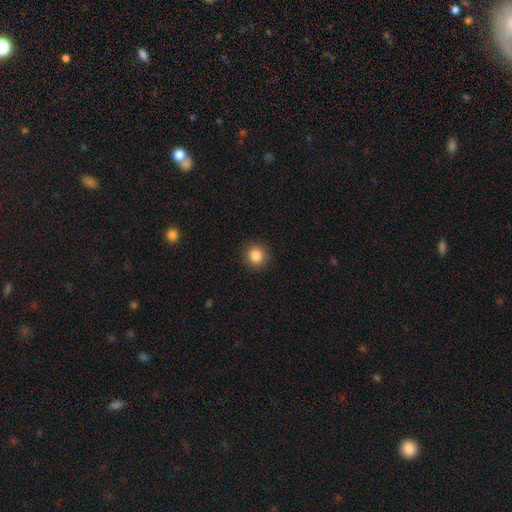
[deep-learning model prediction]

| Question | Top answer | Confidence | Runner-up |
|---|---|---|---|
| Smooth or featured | smooth | 86% | star or artifact (10%) |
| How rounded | round | 92% | in between (7%) |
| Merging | none | 91% | minor disturbance (6%) |